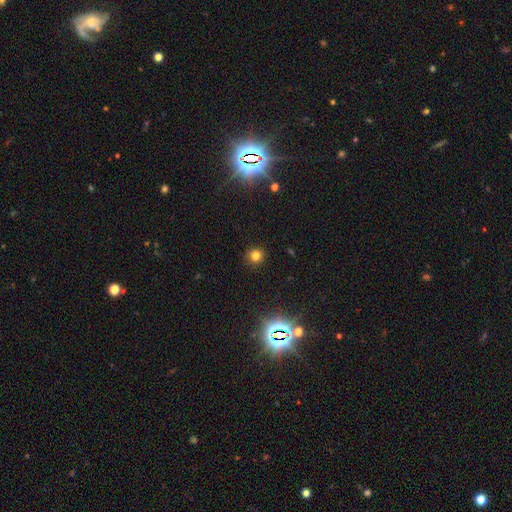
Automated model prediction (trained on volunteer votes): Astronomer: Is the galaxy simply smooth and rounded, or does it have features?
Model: smooth — 77%.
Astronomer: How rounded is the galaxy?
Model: round — 91%.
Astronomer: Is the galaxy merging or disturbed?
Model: none — 90%.